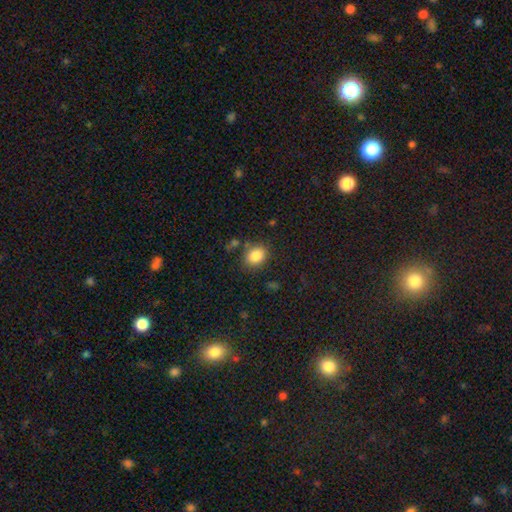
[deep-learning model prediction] smooth_or_featured: smooth (p=0.85) [alt: star or artifact p=0.10]
how_rounded: in between (p=0.51) [alt: round p=0.48]
merging: none (p=0.76) [alt: minor disturbance p=0.14]